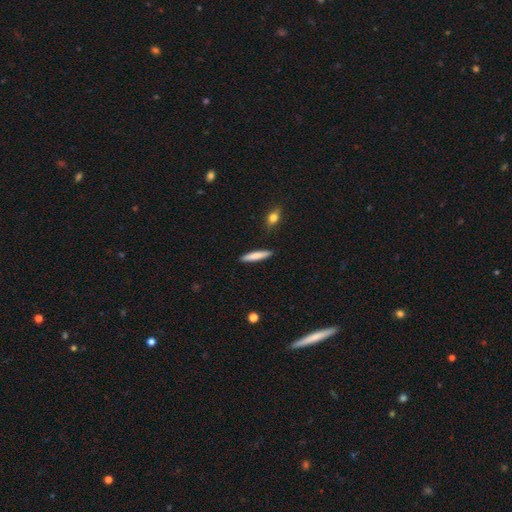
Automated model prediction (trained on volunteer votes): This is likely a smooth galaxy (79%). How rounded: clearly cigar-shaped (89%). Merging: clearly none (90%).